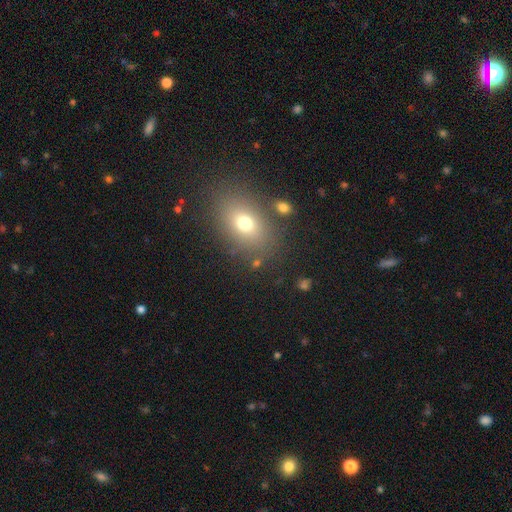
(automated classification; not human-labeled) A smooth galaxy with no disk features (68%) that is in between round and cigar-shaped (72%). Merging: none (82%).